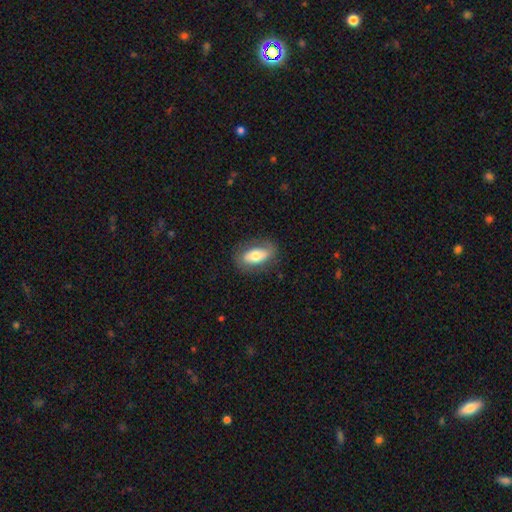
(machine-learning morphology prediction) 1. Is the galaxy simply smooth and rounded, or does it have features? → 61% smooth, 32% featured or disk, 7% star or artifact.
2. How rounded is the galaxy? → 88% in between, 7% cigar-shaped, 5% round.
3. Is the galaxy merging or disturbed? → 78% none, 15% minor disturbance, 6% major disturbance, 1% merger.